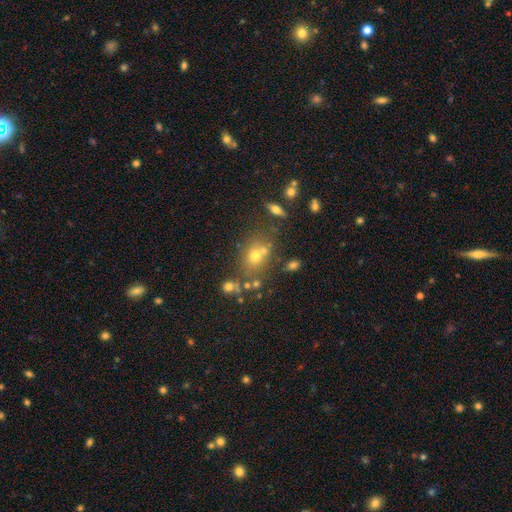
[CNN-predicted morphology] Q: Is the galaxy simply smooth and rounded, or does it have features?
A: smooth — 61%.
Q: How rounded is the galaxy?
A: round — 61%.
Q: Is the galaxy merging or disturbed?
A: none — 57%.